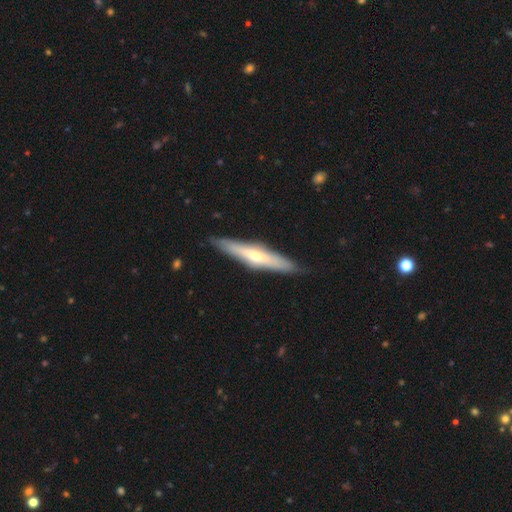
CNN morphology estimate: featured or disk 56%, smooth 38%, star or artifact 6%. Down the decision tree: edge-on disk — yes (89%); edge-on bulge — rounded (77%); merging — none (86%).